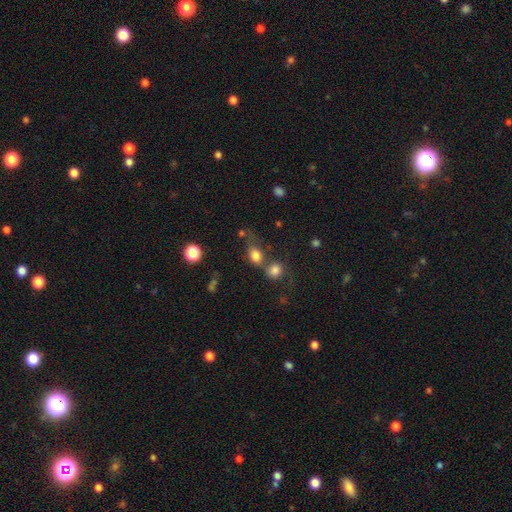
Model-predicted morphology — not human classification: Smooth or featured? Predicted: smooth (p=0.80). How rounded? Predicted: in between (p=0.63). Merging? Predicted: none (p=0.40).